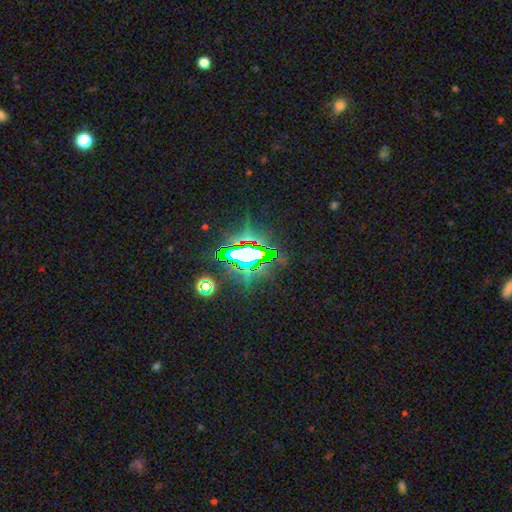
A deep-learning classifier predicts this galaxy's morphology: A star or artifact, not a galaxy (82%).

Vote fractions:
- Smooth or featured? star or artifact: 82% / smooth: 10% / featured or disk: 8%